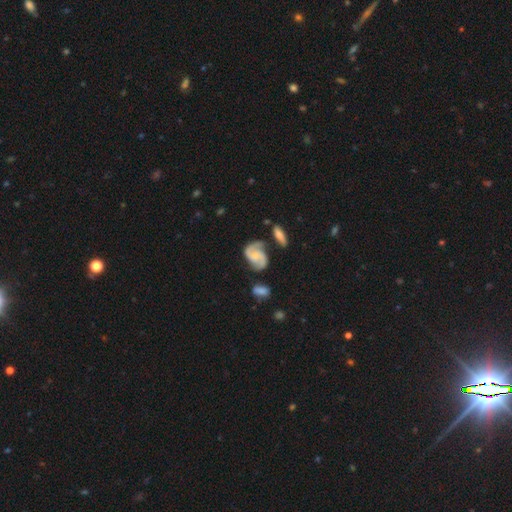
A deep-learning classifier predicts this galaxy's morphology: smooth-or-featured: featured or disk: 83% | smooth: 11% | star or artifact: 6%
  disk-edge-on: no: 97% | yes: 3%
    bar: no: 61% | weak: 32% | strong: 7%
    has-spiral-arms: yes: 96% | no: 4%
      spiral-winding: medium: 51% | loose: 27% | tight: 22%
      spiral-arm-count: 2: 89% | can't tell: 4% | 1: 2% | 3: 2% | 4: 1% | more than 4: 1%
    bulge-size: small: 57% | moderate: 24% | none: 16% | large: 2% | dominant: 1%
  merging: none: 59% | minor disturbance: 20% | merger: 11% | major disturbance: 10%